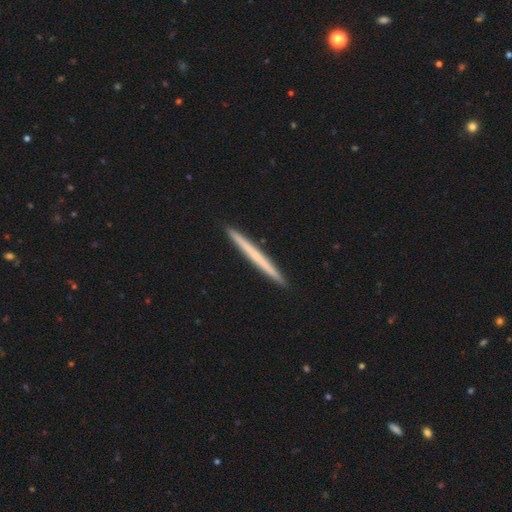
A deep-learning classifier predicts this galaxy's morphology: Smooth or featured? smooth (48%)
Merging? none (93%)